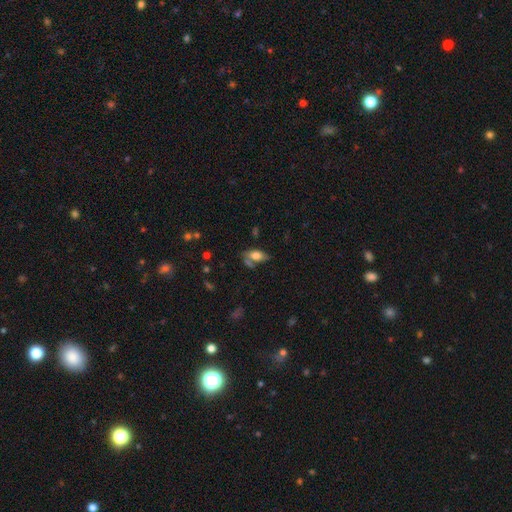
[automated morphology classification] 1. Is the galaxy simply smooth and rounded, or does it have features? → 71% smooth, 20% featured or disk, 9% star or artifact.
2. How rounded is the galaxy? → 87% in between, 9% cigar-shaped, 4% round.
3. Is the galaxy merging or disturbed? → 51% none, 20% minor disturbance, 20% merger, 9% major disturbance.